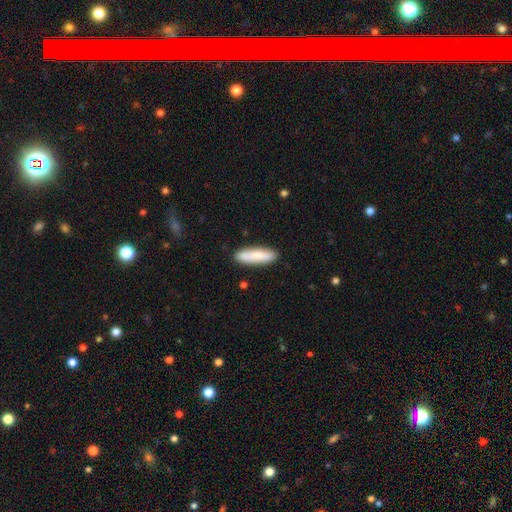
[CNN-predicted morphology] Smooth or featured? Predicted: smooth (p=0.78). How rounded? Predicted: cigar-shaped (p=0.67). Merging? Predicted: none (p=0.87).